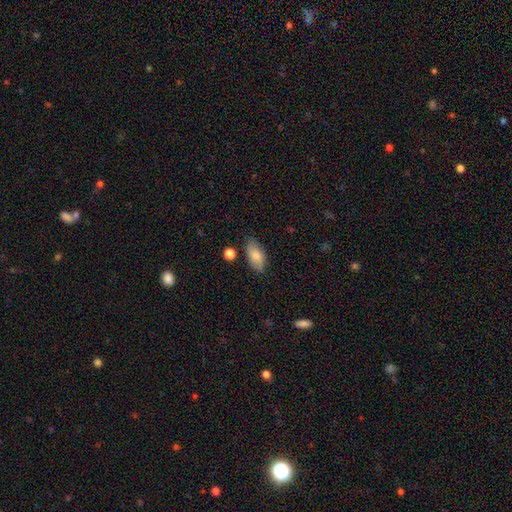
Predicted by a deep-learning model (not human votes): smooth_or_featured: smooth (p=0.80) [alt: featured or disk p=0.13]
how_rounded: in between (p=0.91) [alt: cigar-shaped p=0.06]
merging: none (p=0.76) [alt: minor disturbance p=0.17]